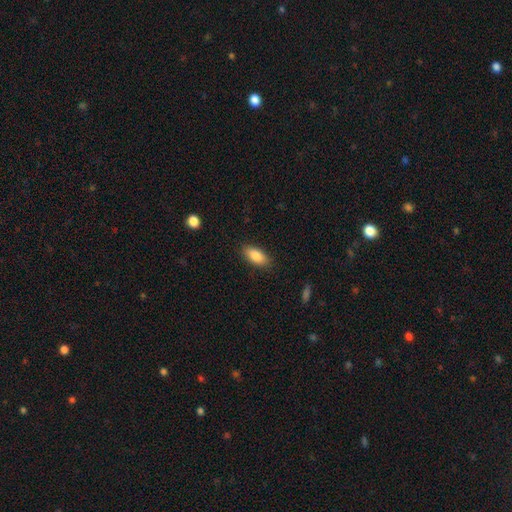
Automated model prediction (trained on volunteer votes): A smooth galaxy with no disk features (86%) that is in between round and cigar-shaped (87%).

Vote fractions:
- Smooth or featured? smooth: 86% / featured or disk: 7% / star or artifact: 7%
- How rounded? in between: 87% / cigar-shaped: 10% / round: 3%
- Merging? none: 86% / minor disturbance: 10% / major disturbance: 3% / merger: 1%